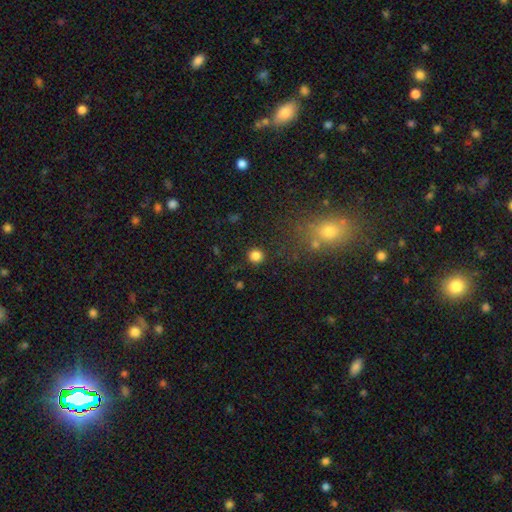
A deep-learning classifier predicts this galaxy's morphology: This appears to be a smooth galaxy with no disk features (83%) that is round (93%). Merging: none (89%).